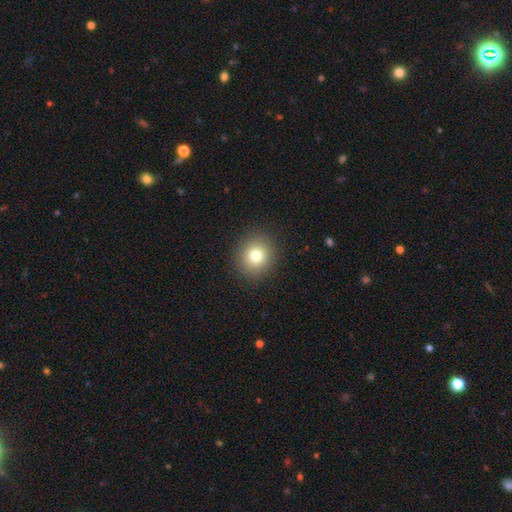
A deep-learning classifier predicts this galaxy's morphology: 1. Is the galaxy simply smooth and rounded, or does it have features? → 79% smooth, 11% star or artifact, 9% featured or disk.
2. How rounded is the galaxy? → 86% round, 13% in between, 1% cigar-shaped.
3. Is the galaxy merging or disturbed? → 90% none, 6% minor disturbance, 2% major disturbance, 1% merger.